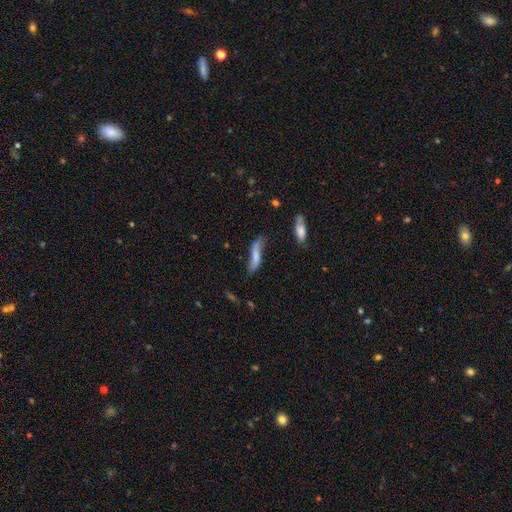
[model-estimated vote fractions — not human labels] smooth 60%, featured or disk 33%, star or artifact 8%. Down the decision tree: how rounded — cigar-shaped (72%); merging — none (53%).